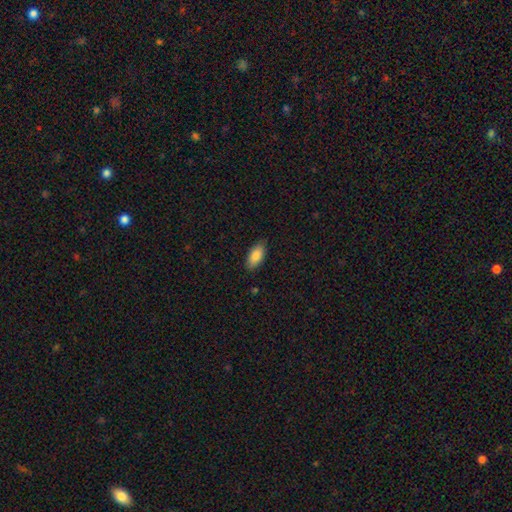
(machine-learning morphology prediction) Overall: smooth (86%). How rounded: in between (91%). Merging: none (86%).